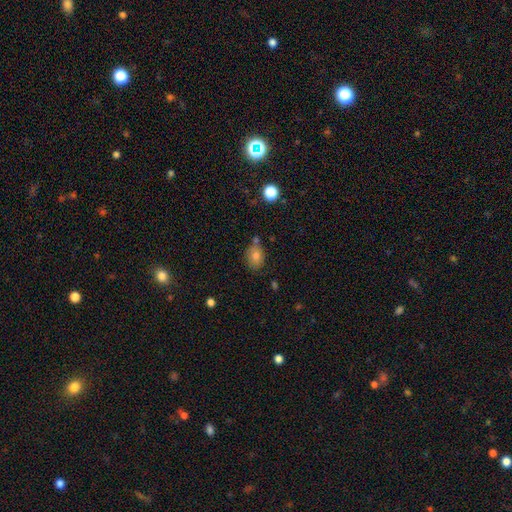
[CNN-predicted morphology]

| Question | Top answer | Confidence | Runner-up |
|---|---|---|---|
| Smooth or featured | smooth | 74% | featured or disk (14%) |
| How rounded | in between | 64% | round (35%) |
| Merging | none | 69% | minor disturbance (17%) |